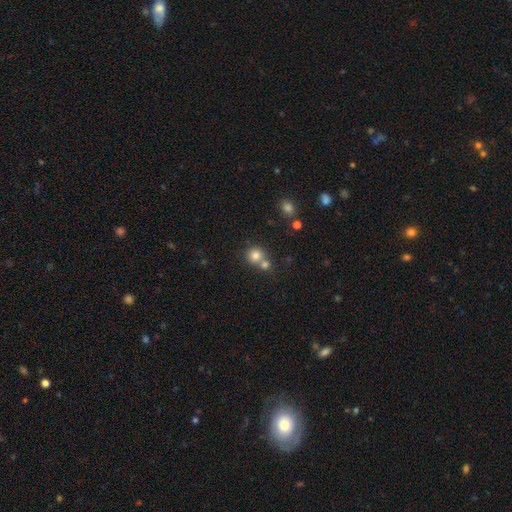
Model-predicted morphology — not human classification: Smooth or featured?
  - smooth: 79% *
  - star or artifact: 12%
  - featured or disk: 9%
How rounded?
  - round: 89% *
  - in between: 10%
  - cigar-shaped: 1%
Merging?
  - none: 50% *
  - merger: 40%
  - minor disturbance: 7%
  - major disturbance: 3%